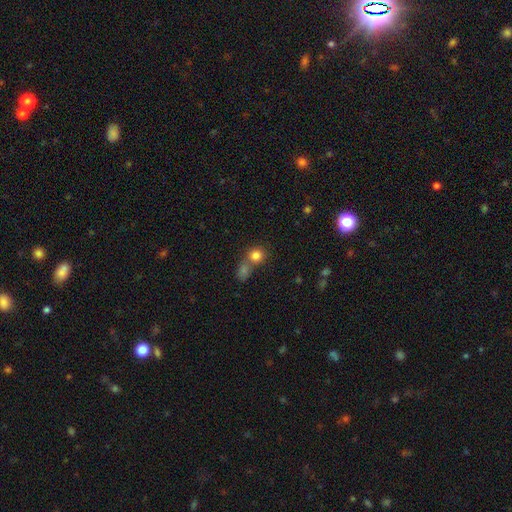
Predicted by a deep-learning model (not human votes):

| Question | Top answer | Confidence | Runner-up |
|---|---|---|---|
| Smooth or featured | smooth | 81% | star or artifact (12%) |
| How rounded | round | 82% | in between (17%) |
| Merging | none | 46% | merger (43%) |